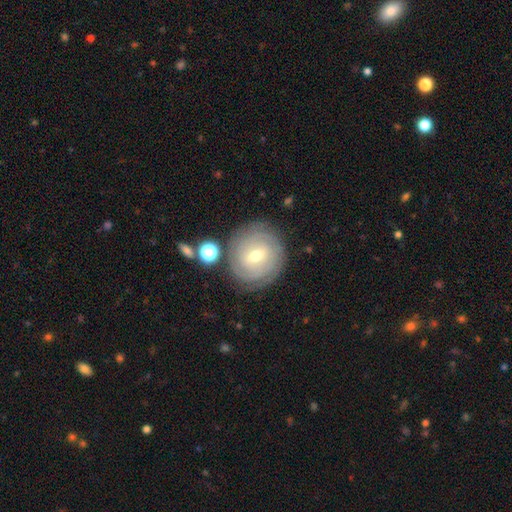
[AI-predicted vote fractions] Smooth or featured: featured or disk — 77% (smooth — 16%)
Edge-on disk: no — 96% (yes — 4%)
Bar: weak — 57% (strong — 23%)
Spiral arms: yes — 92% (no — 8%)
Spiral winding: tight — 82% (medium — 14%)
Spiral arm count: can't tell — 38% (2 — 21%)
Bulge size: moderate — 56% (small — 41%)
Merging: none — 83% (minor disturbance — 11%)